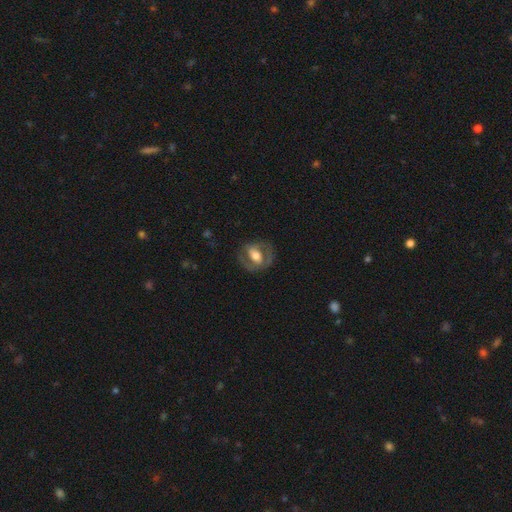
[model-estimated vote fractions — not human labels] A featured or disk galaxy (63%) with no bar (36%), spiral arms (57%) and a moderate central bulge (55%). Merging: none (71%).